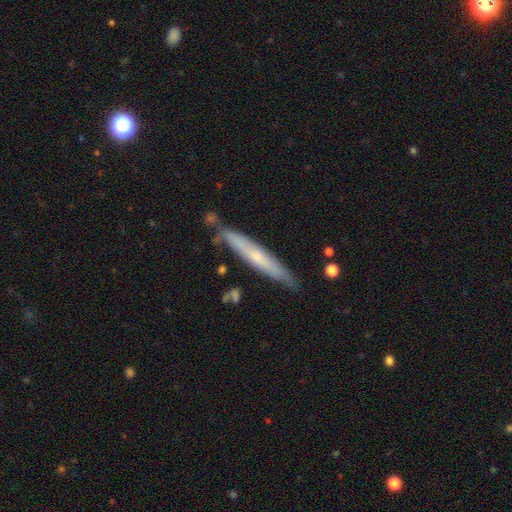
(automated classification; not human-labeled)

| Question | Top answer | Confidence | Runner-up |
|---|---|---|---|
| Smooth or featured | featured or disk | 49% | smooth (45%) |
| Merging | none | 78% | minor disturbance (15%) |